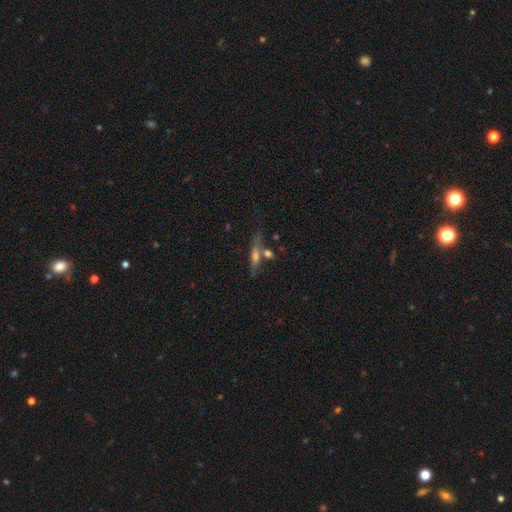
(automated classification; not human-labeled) smooth-or-featured: featured or disk: 47% | smooth: 40% | star or artifact: 13%
  merging: none: 61% | merger: 18% | minor disturbance: 15% | major disturbance: 7%